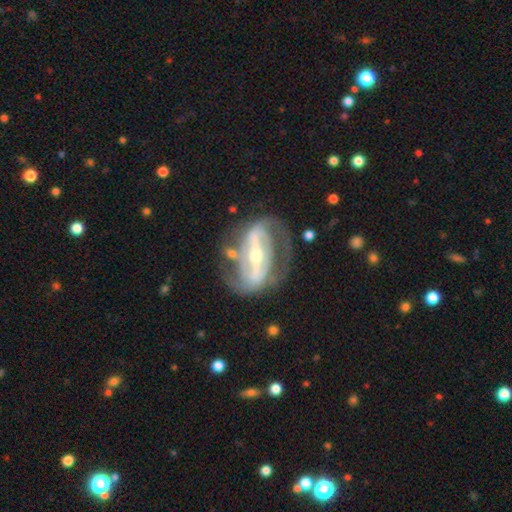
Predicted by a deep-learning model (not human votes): smooth-or-featured: featured or disk: 87% | smooth: 7% | star or artifact: 6%
  disk-edge-on: no: 91% | yes: 9%
    bar: strong: 75% | weak: 16% | no: 10%
    has-spiral-arms: yes: 88% | no: 12%
      spiral-winding: medium: 43% | tight: 32% | loose: 25%
      spiral-arm-count: 2: 85% | can't tell: 7% | 1: 3% | 3: 2% | 4: 1% | more than 4: 1%
    bulge-size: small: 53% | moderate: 41% | large: 3% | none: 2% | dominant: 1%
  merging: none: 67% | minor disturbance: 17% | major disturbance: 12% | merger: 3%